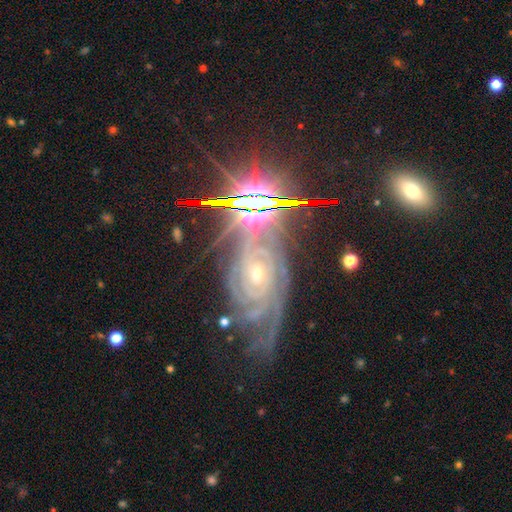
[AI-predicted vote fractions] Smooth or featured? featured or disk (71%)
Edge-on disk? no (86%)
Bar? no (71%)
Spiral arms? yes (92%)
Spiral winding? tight (69%)
Spiral arm count? can't tell (38%)
Bulge size? small (73%)
Merging? none (65%)